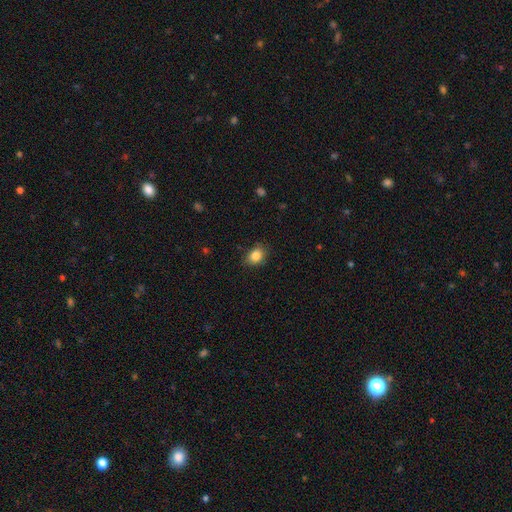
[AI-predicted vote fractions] Smooth or featured? Predicted: smooth (p=0.85). How rounded? Predicted: in between (p=0.61). Merging? Predicted: none (p=0.82).